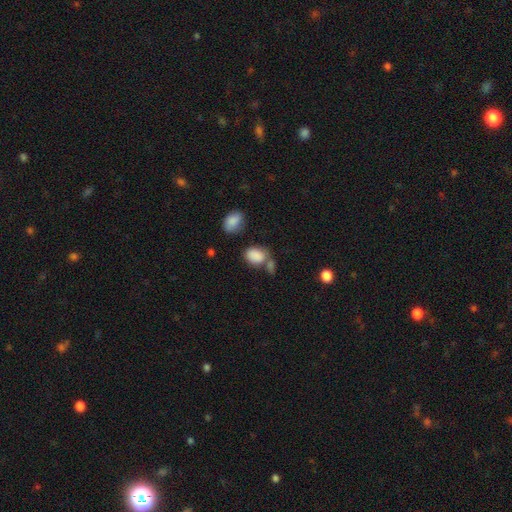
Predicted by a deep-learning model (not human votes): A smooth galaxy with no disk features (86%) that is in between round and cigar-shaped (76%).

Vote fractions:
- Smooth or featured? smooth: 86% / star or artifact: 9% / featured or disk: 6%
- How rounded? in between: 76% / round: 23% / cigar-shaped: 1%
- Merging? none: 46% / merger: 31% / minor disturbance: 16% / major disturbance: 7%